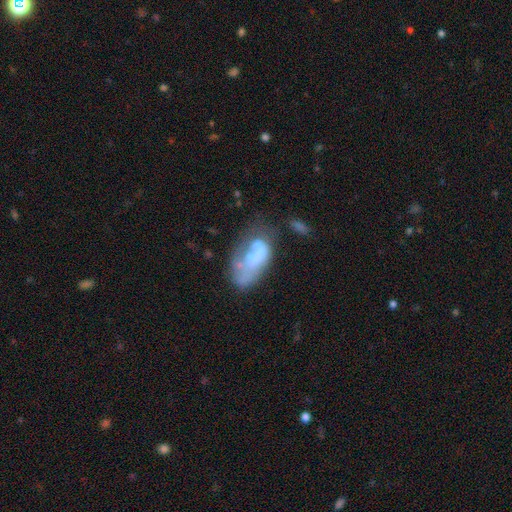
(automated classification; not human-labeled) The model was most divided on "merging": none: 30%, major disturbance: 26%, minor disturbance: 24%, merger: 21%. Remaining: smooth or featured — featured or disk (49%).